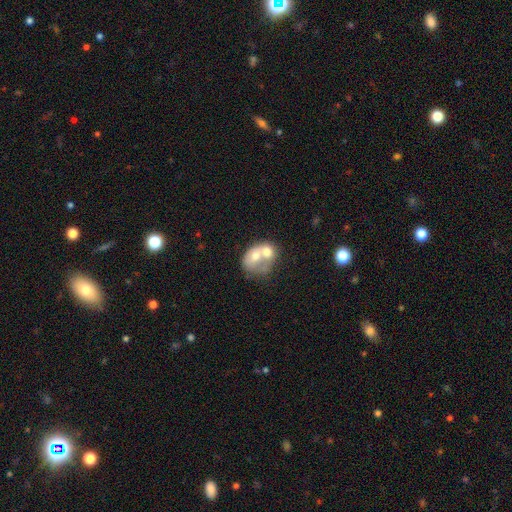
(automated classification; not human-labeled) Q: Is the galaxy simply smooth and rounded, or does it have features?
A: smooth — 55%.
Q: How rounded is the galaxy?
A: in between — 52%.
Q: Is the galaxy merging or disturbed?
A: merger — 76%.